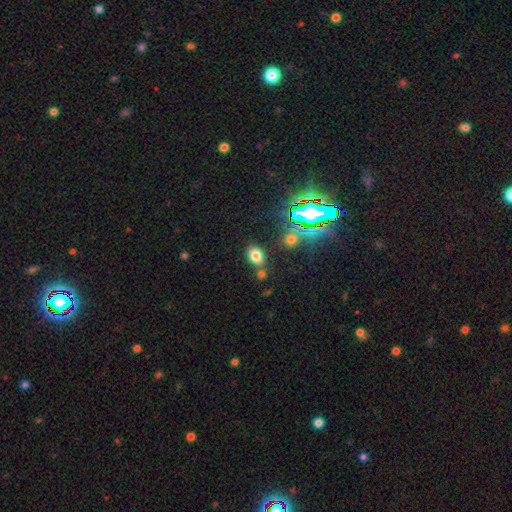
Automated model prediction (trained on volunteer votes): This is likely a smooth galaxy (73%). How rounded: likely in between (79%). Merging: likely none (77%).